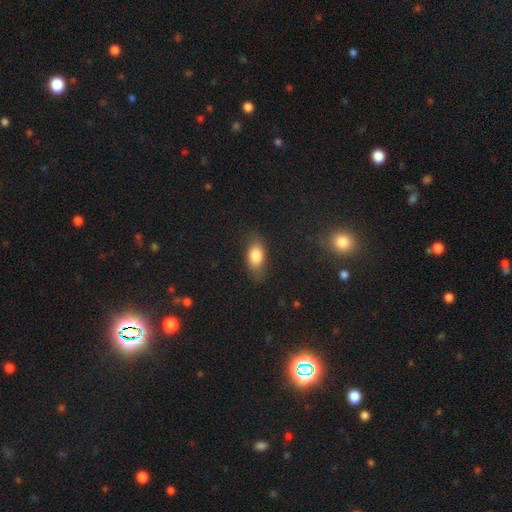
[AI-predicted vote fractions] A smooth galaxy with no disk features (82%) that is in between round and cigar-shaped (86%).

Vote fractions:
- Smooth or featured? smooth: 82% / featured or disk: 10% / star or artifact: 8%
- How rounded? in between: 86% / round: 7% / cigar-shaped: 7%
- Merging? none: 77% / minor disturbance: 17% / major disturbance: 5% / merger: 1%